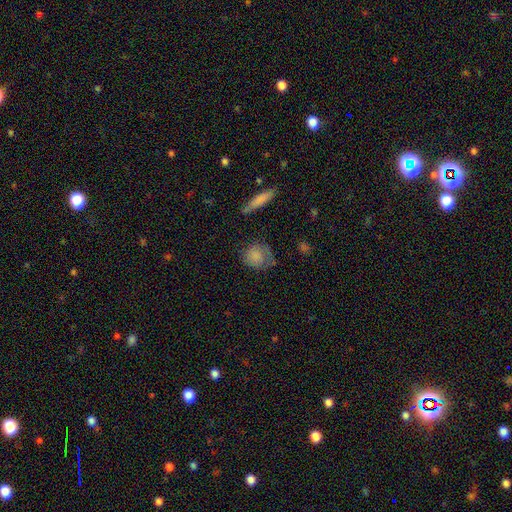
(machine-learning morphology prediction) A smooth galaxy with no disk features (68%) that is round (68%). Merging: none (56%).